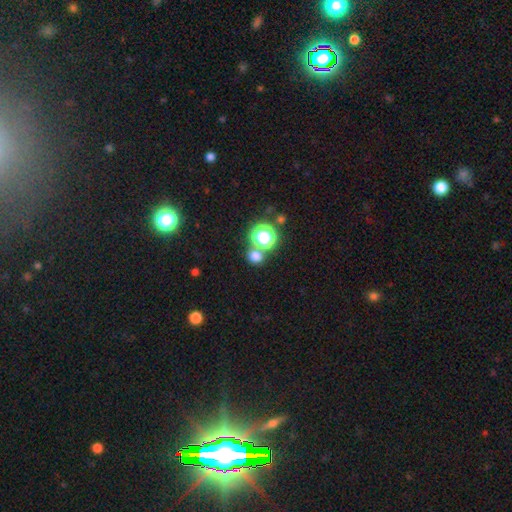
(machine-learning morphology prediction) Overall: smooth (70%). How rounded: round (78%). Merging: none (67%).